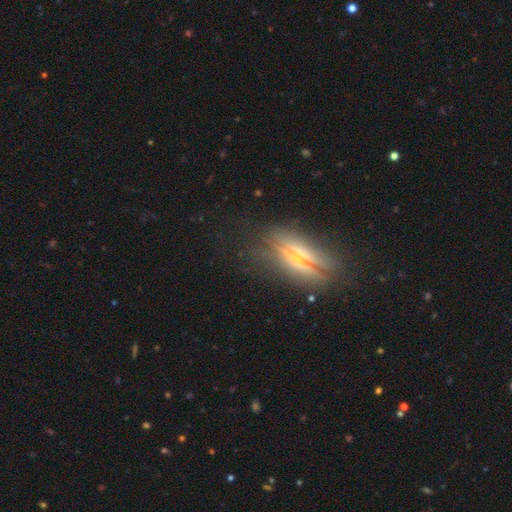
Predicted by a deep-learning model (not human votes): Smooth or featured?
  - smooth: 41% *
  - featured or disk: 37%
  - star or artifact: 22%
Merging?
  - none: 55% *
  - minor disturbance: 23%
  - major disturbance: 18%
  - merger: 3%